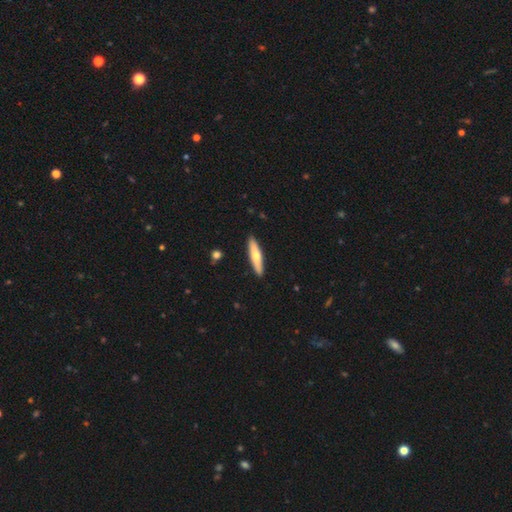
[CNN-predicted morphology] smooth-or-featured: smooth: 58% | featured or disk: 37% | star or artifact: 5%
  how-rounded: cigar-shaped: 83% | in between: 16% | round: 2%
  merging: none: 91% | minor disturbance: 7% | major disturbance: 1% | merger: 1%